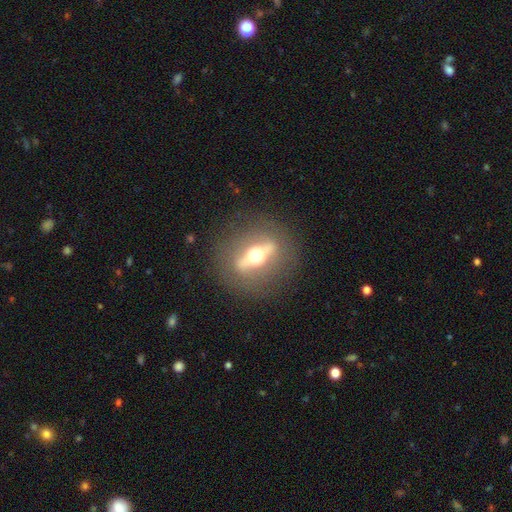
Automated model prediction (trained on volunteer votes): Overall: featured or disk (76%). Edge-on disk: yes (65%; no 35%). Merging: none (84%).